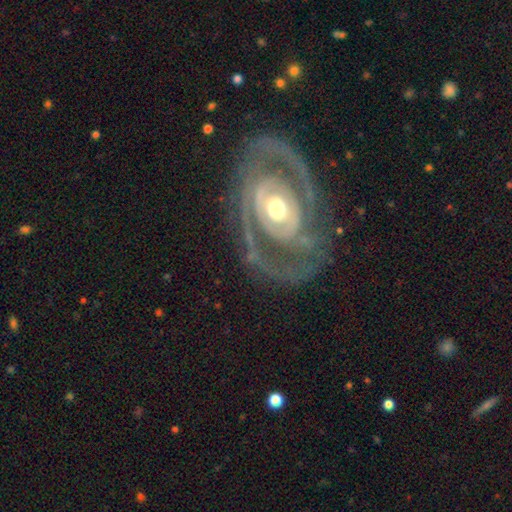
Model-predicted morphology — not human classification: The model was most divided on "spiral winding": tight: 55%, medium: 34%, loose: 11%. More confident: edge-on disk — no (95%); smooth or featured — featured or disk (87%); spiral arms — yes (84%); merging — none (74%); bulge size — moderate (68%); spiral arm count — 2 (67%); bar — no (61%).